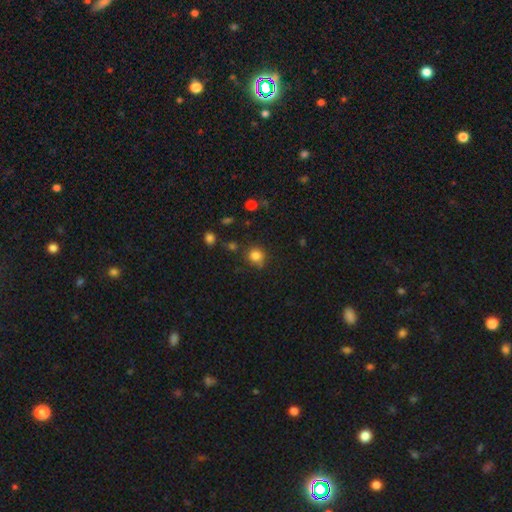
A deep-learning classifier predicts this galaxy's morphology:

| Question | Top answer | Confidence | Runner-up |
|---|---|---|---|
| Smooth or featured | smooth | 81% | star or artifact (13%) |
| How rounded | round | 79% | in between (20%) |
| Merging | none | 70% | minor disturbance (21%) |